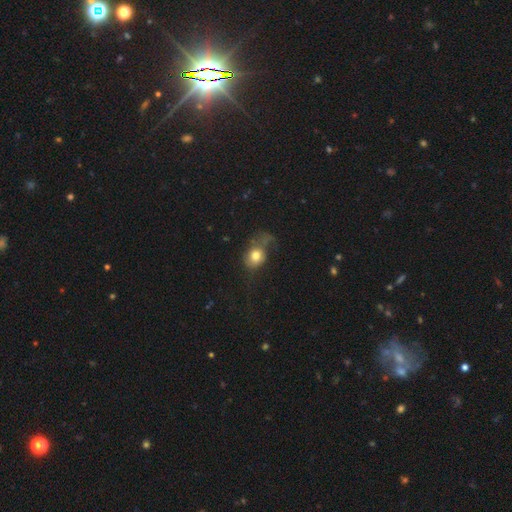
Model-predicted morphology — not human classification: Smooth or featured? smooth (74%)
How rounded? round (54%)
Merging? major disturbance (41%)